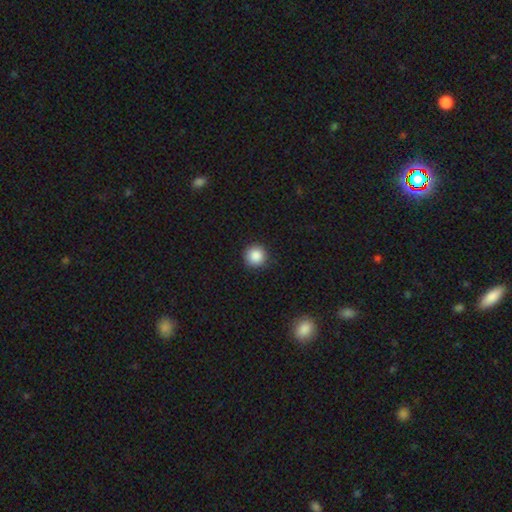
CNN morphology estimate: Q: Smooth or featured?
A: smooth (88%); runner-up: star or artifact (9%)
Q: How rounded?
A: round (95%); runner-up: in between (4%)
Q: Merging?
A: none (90%); runner-up: minor disturbance (7%)